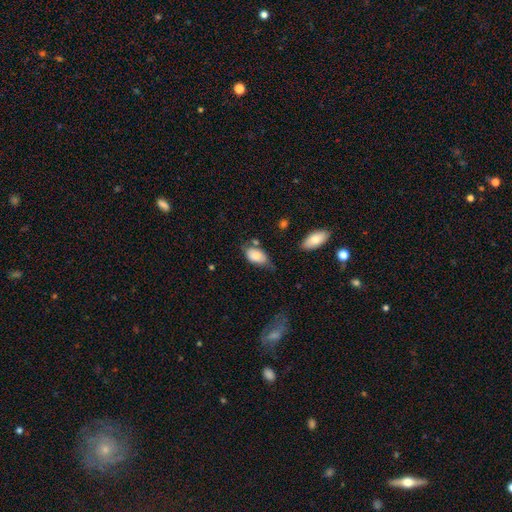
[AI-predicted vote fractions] smooth 76%, featured or disk 17%, star or artifact 7%. Down the decision tree: how rounded — in between (92%); merging — none (48%).